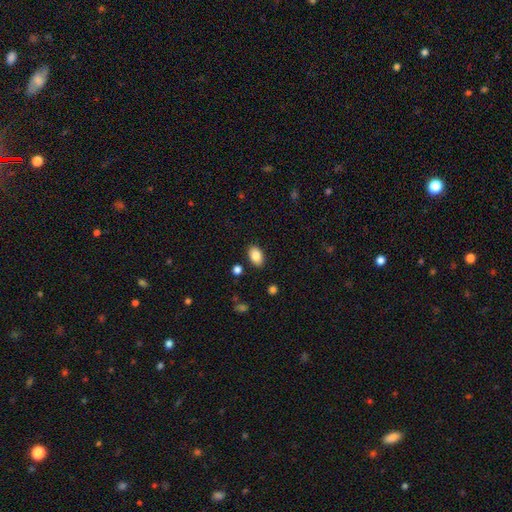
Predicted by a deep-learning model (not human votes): Smooth or featured: smooth — 84% (featured or disk — 8%)
How rounded: in between — 89% (round — 9%)
Merging: none — 86% (minor disturbance — 10%)